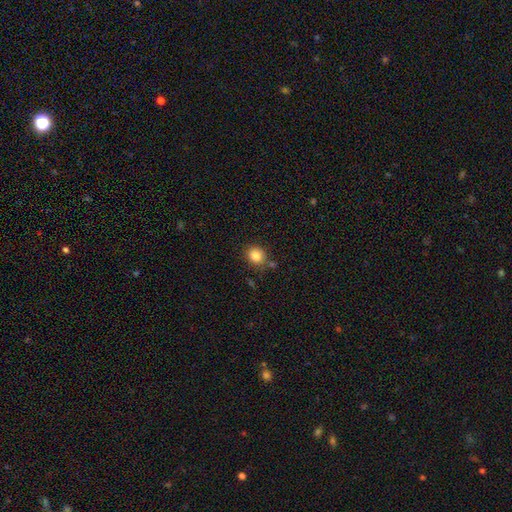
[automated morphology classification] smooth_or_featured: smooth (p=0.85) [alt: star or artifact p=0.10]
how_rounded: round (p=0.75) [alt: in between p=0.24]
merging: none (p=0.77) [alt: minor disturbance p=0.12]